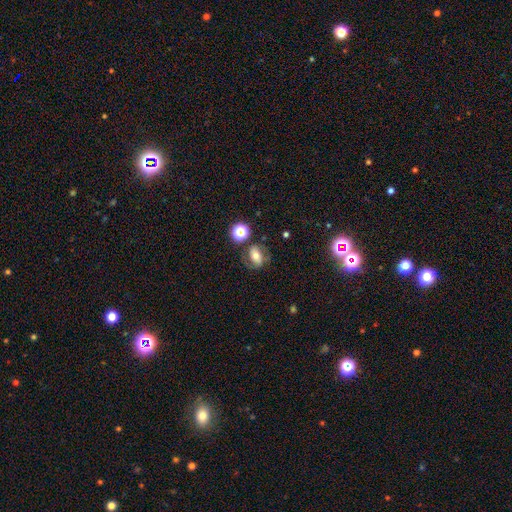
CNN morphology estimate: smooth_or_featured: smooth (p=0.42) [alt: featured or disk p=0.41]
merging: none (p=0.62) [alt: minor disturbance p=0.19]